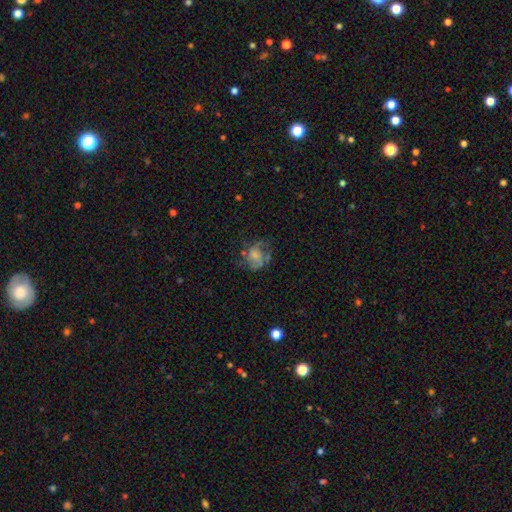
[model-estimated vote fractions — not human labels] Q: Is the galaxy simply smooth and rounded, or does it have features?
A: smooth — 46%.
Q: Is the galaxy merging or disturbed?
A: none — 41%.